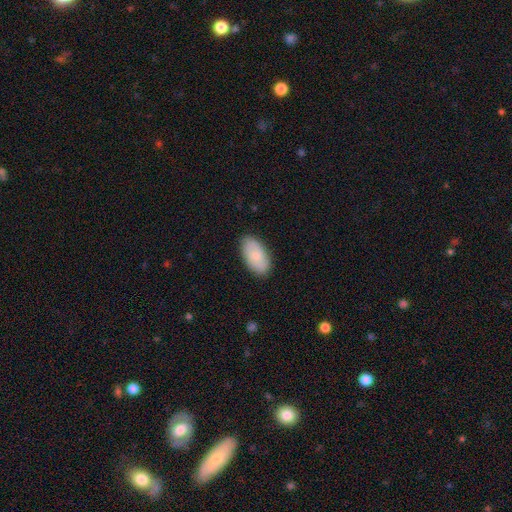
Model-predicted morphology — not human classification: Smooth or featured? smooth (72%)
How rounded? in between (94%)
Merging? none (86%)